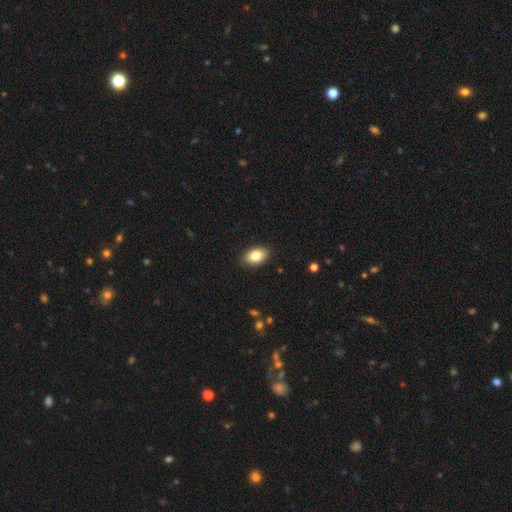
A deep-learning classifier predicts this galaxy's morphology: type=smooth (83%); roundness=in between (88%); merging=none (88%).